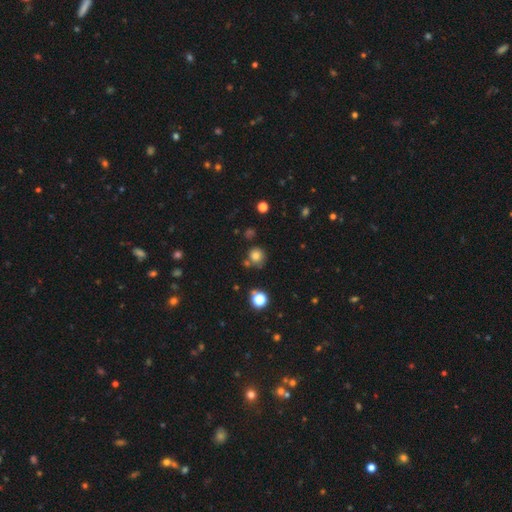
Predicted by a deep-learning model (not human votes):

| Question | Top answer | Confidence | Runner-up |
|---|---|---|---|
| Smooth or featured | smooth | 76% | star or artifact (16%) |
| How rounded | round | 88% | in between (11%) |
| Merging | none | 69% | minor disturbance (14%) |